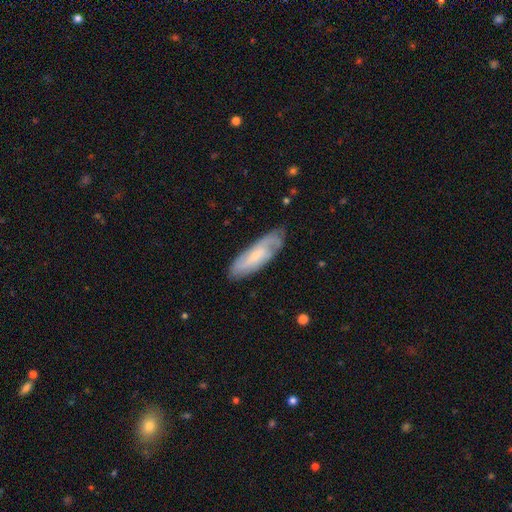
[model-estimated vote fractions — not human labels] smooth-or-featured: featured or disk: 55% | smooth: 39% | star or artifact: 7%
  disk-edge-on: no: 80% | yes: 20%
  merging: none: 71% | minor disturbance: 22% | major disturbance: 5% | merger: 2%